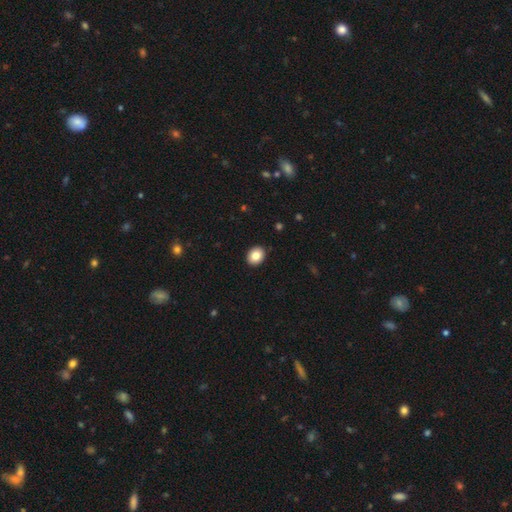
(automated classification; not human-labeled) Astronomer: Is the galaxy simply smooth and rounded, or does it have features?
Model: smooth — 84%.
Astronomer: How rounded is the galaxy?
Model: round — 50% (runner-up: in between, 49%).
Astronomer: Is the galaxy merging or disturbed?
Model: none — 91%.